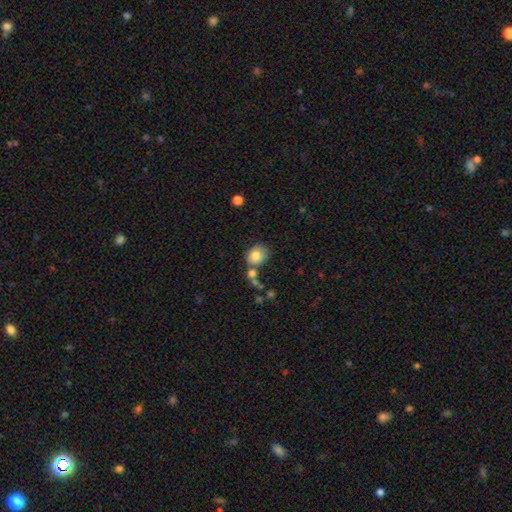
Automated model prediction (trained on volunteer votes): Overall: smooth (79%). How rounded: round (64%; in between 35%). Merging: none (54%; merger 21%).